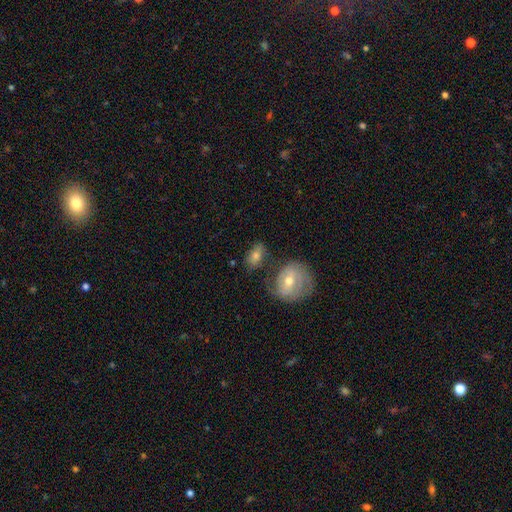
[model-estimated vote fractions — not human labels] Smooth or featured: smooth — 61% (featured or disk — 31%)
How rounded: in between — 76% (round — 21%)
Merging: none — 60% (minor disturbance — 20%)